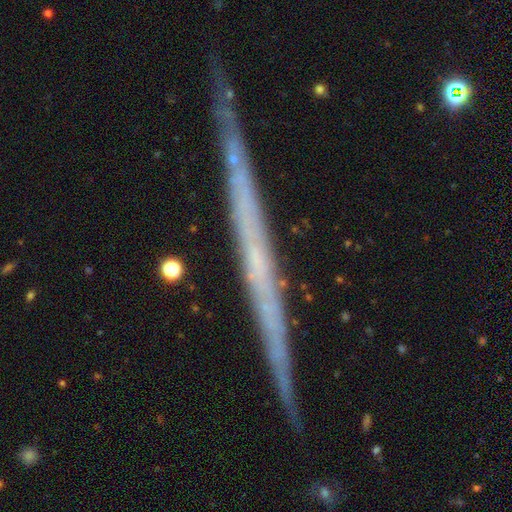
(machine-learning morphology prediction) This is likely a featured or disk galaxy (70%). It is clearly viewed edge-on (96%). Edge-on bulge: clearly none (87%). Merging: clearly none (86%).